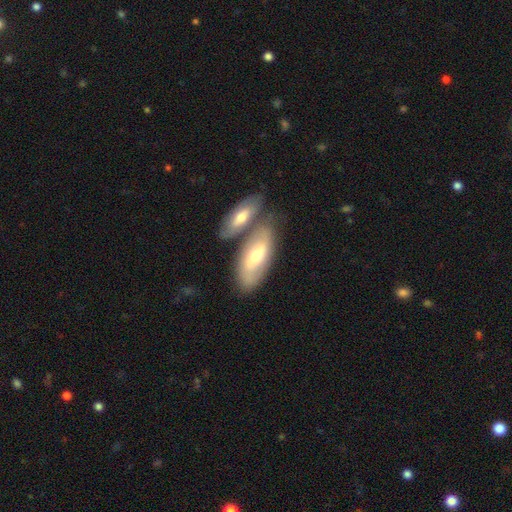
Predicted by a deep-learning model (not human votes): This appears to be a smooth galaxy with no disk features (47%, tied with featured or disk). Merging: none (50%).